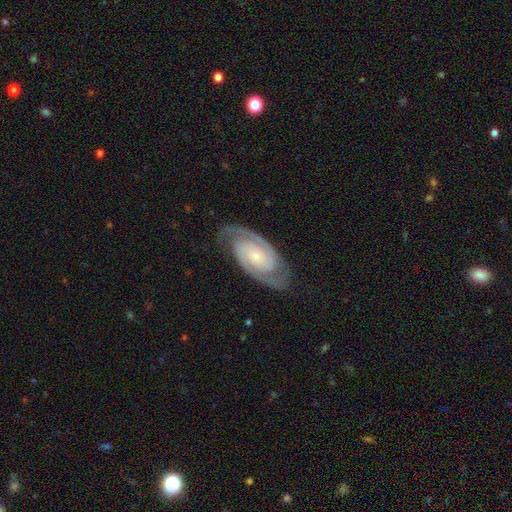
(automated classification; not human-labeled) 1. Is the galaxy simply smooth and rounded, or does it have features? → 91% featured or disk, 5% smooth, 4% star or artifact.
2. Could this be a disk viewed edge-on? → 97% no, 3% yes.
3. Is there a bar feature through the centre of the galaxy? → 65% no, 25% weak, 10% strong.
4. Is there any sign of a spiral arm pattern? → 98% yes, 2% no.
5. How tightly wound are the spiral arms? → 56% tight, 38% medium, 6% loose.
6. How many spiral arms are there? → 92% 2, 3% can't tell, 2% 3, 1% 1, 1% 4, 1% more than 4.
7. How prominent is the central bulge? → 72% small, 21% moderate, 4% none, 2% large, 1% dominant.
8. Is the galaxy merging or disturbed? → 82% none, 13% minor disturbance, 4% major disturbance, 1% merger.